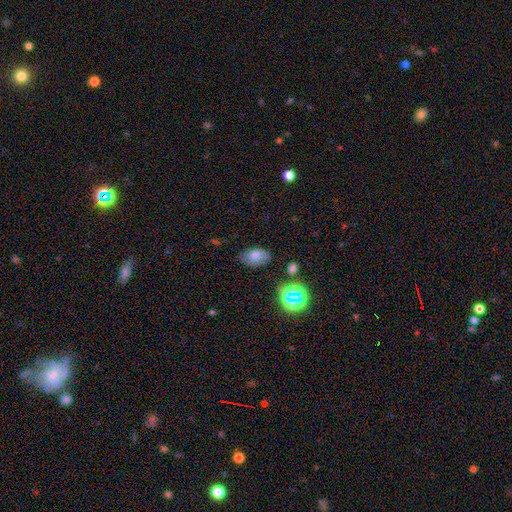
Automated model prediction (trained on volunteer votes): Morphology: type=smooth (68%); roundness=in between (86%); merging=none (73%).